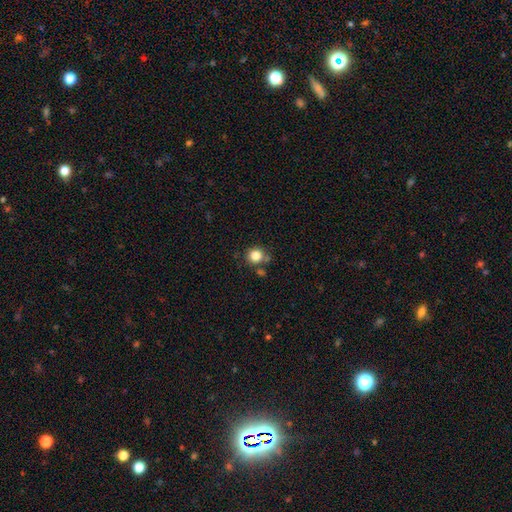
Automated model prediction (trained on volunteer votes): Smooth or featured: smooth — 83% (star or artifact — 11%)
How rounded: round — 91% (in between — 8%)
Merging: none — 73% (merger — 12%)